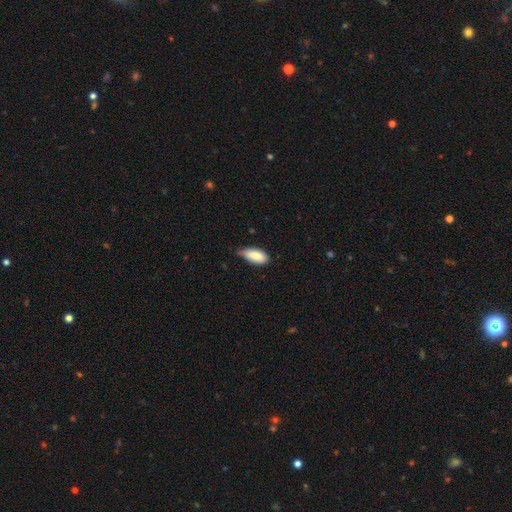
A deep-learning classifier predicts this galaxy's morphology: A smooth galaxy with no disk features (85%) that is in between round and cigar-shaped (89%).

Vote fractions:
- Smooth or featured? smooth: 85% / featured or disk: 8% / star or artifact: 7%
- How rounded? in between: 89% / cigar-shaped: 9% / round: 2%
- Merging? none: 47% / minor disturbance: 45% / major disturbance: 6% / merger: 2%